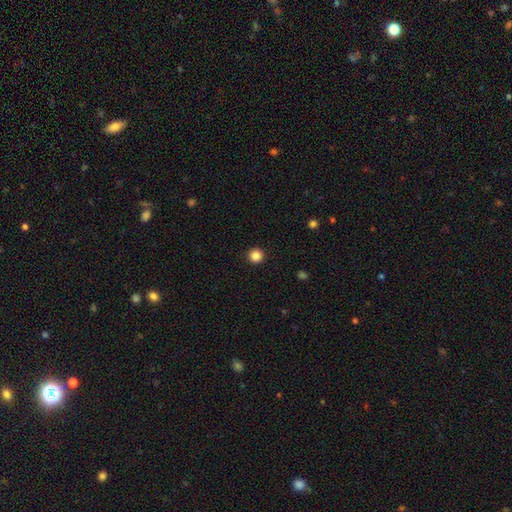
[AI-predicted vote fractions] Overall: smooth (86%). How rounded: round (96%). Merging: none (93%).